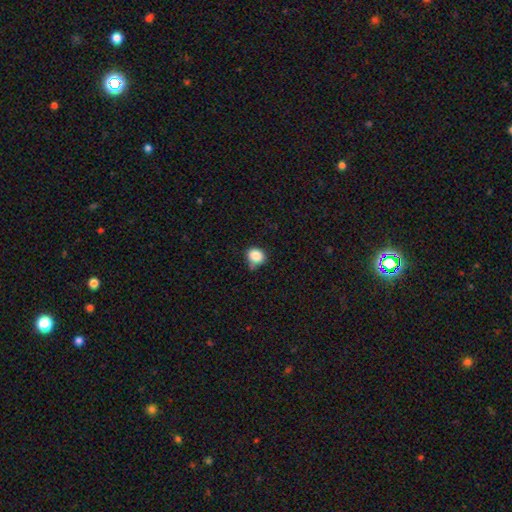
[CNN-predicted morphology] smooth-or-featured: smooth: 86% | star or artifact: 10% | featured or disk: 4%
  how-rounded: round: 70% | in between: 29% | cigar-shaped: 1%
  merging: none: 56% | minor disturbance: 33% | major disturbance: 7% | merger: 5%